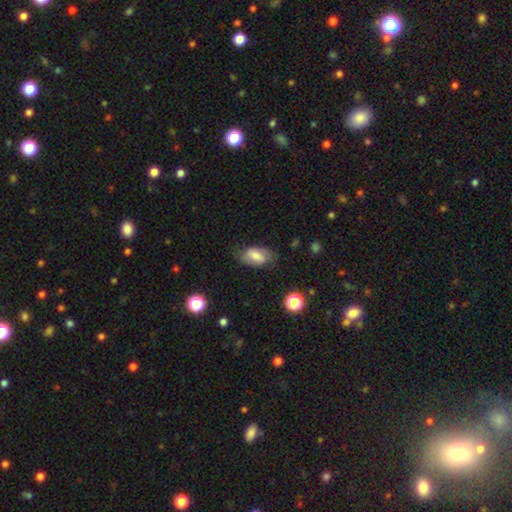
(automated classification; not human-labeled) Smooth or featured? Predicted: smooth (p=0.64). How rounded? Predicted: in between (p=0.91). Merging? Predicted: none (p=0.71).